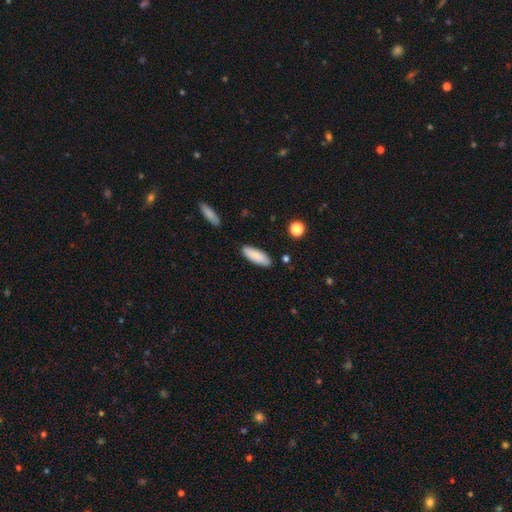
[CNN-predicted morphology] type=smooth (87%); roundness=in between (63%); merging=none (87%).